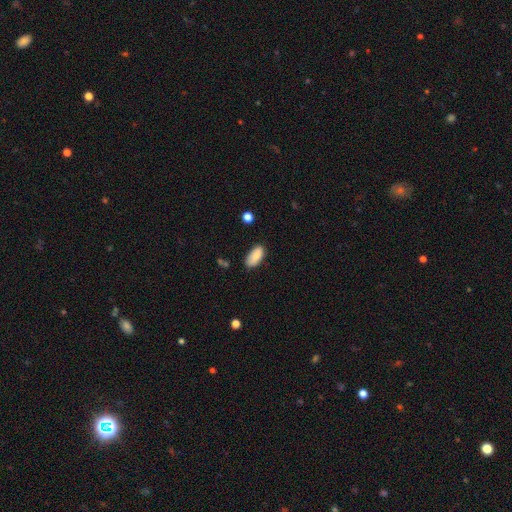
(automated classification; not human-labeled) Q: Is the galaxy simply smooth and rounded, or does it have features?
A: smooth — 86%.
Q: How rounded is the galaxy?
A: in between — 90%.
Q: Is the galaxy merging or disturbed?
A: none — 76%.